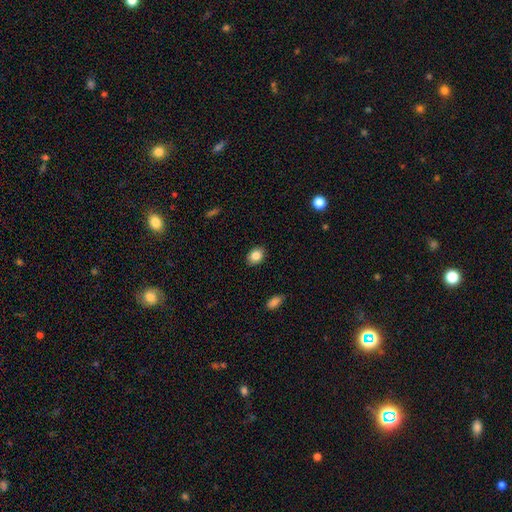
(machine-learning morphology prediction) Overall: smooth (84%). How rounded: in between (65%; round 34%). Merging: none (88%).